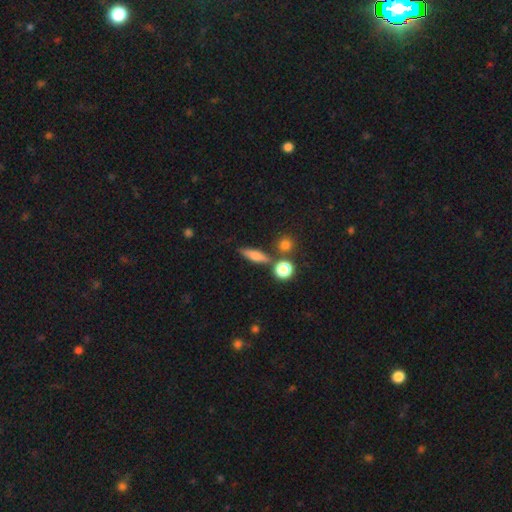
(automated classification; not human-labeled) Overall: smooth (62%; featured or disk 27%). How rounded: cigar-shaped (54%; in between 34%). Merging: none (75%).